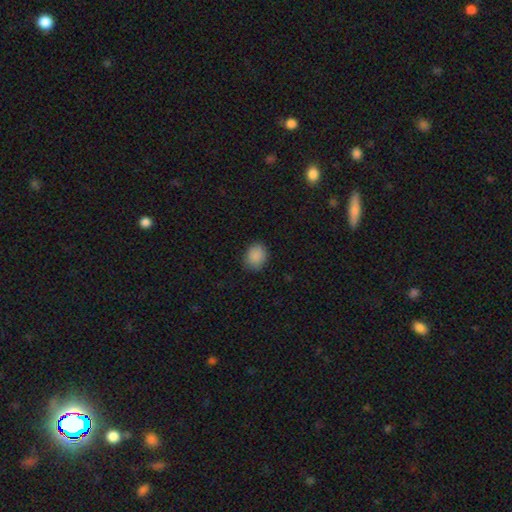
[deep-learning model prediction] A smooth galaxy with no disk features (88%) that is round (61%).

Vote fractions:
- Smooth or featured? smooth: 88% / star or artifact: 9% / featured or disk: 3%
- How rounded? round: 61% / in between: 38% / cigar-shaped: 1%
- Merging? none: 84% / minor disturbance: 12% / major disturbance: 3% / merger: 1%